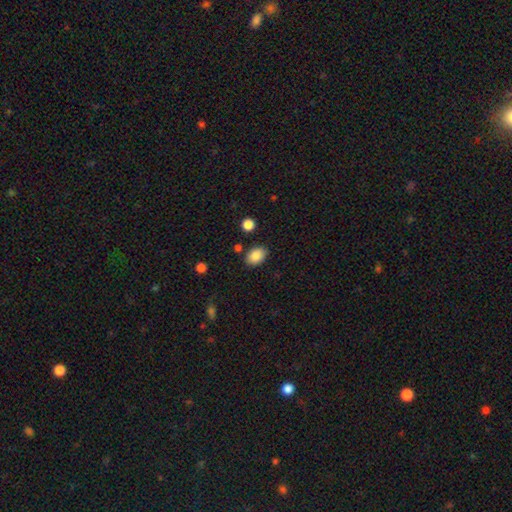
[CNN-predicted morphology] smooth-or-featured: smooth: 87% | star or artifact: 8% | featured or disk: 5%
  how-rounded: in between: 82% | round: 17% | cigar-shaped: 1%
  merging: none: 84% | minor disturbance: 10% | merger: 3% | major disturbance: 3%